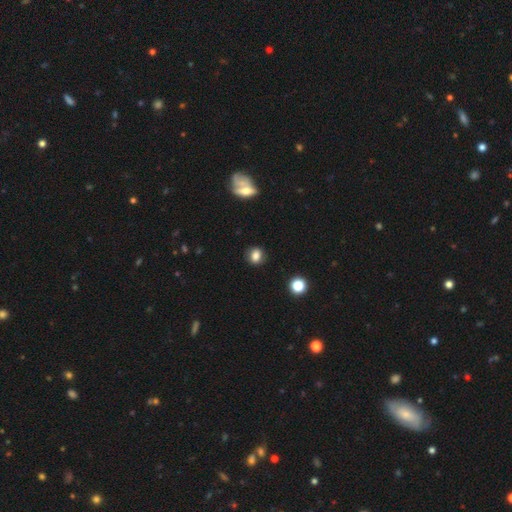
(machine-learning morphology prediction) Smooth or featured: smooth — 82% (star or artifact — 11%)
How rounded: round — 57% (in between — 41%)
Merging: none — 86% (minor disturbance — 10%)